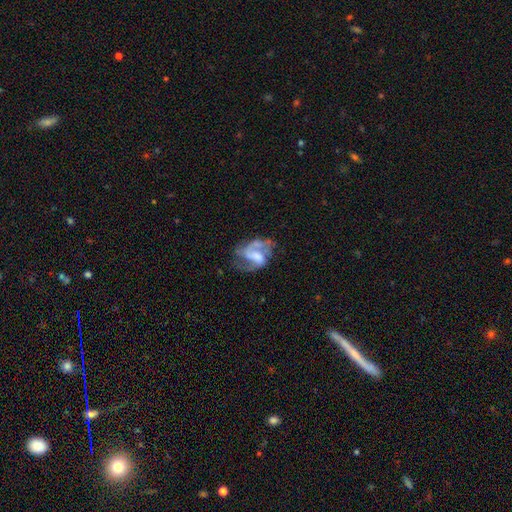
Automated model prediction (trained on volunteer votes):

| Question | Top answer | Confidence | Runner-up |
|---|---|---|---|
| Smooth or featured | featured or disk | 76% | smooth (16%) |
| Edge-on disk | no | 98% | yes (2%) |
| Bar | weak | 46% | no (34%) |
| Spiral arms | yes | 85% | no (15%) |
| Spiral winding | medium | 48% | loose (33%) |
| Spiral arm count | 2 | 68% | can't tell (13%) |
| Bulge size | moderate | 31% | none (29%) |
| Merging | none | 44% | major disturbance (28%) |